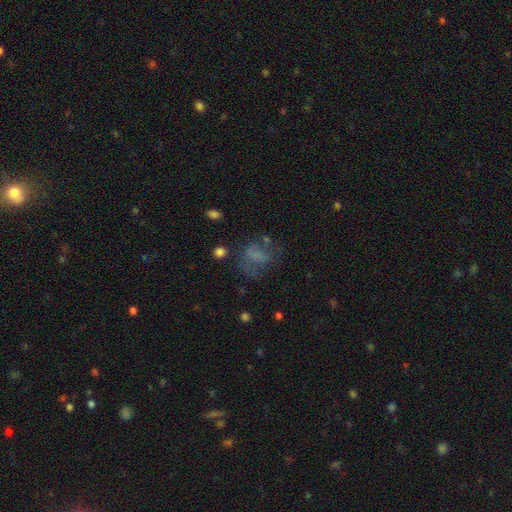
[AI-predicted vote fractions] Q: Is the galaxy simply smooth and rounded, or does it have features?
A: smooth — 50%.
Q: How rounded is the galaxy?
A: in between — 58%.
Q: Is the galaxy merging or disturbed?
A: none — 43%.